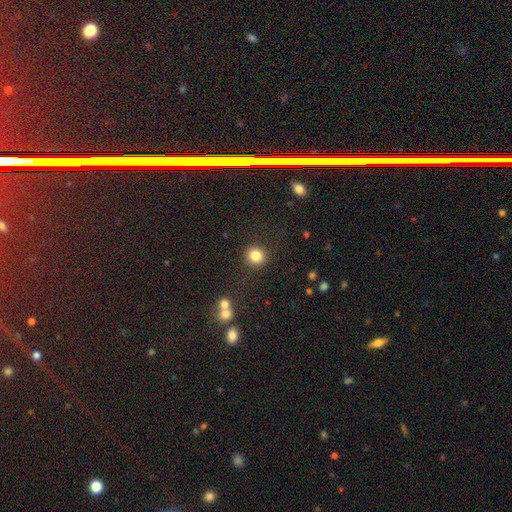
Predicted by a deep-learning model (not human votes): A smooth galaxy with no disk features (83%) that is round (83%).

Vote fractions:
- Smooth or featured? smooth: 83% / star or artifact: 11% / featured or disk: 5%
- How rounded? round: 83% / in between: 16% / cigar-shaped: 1%
- Merging? none: 88% / minor disturbance: 7% / major disturbance: 3% / merger: 3%